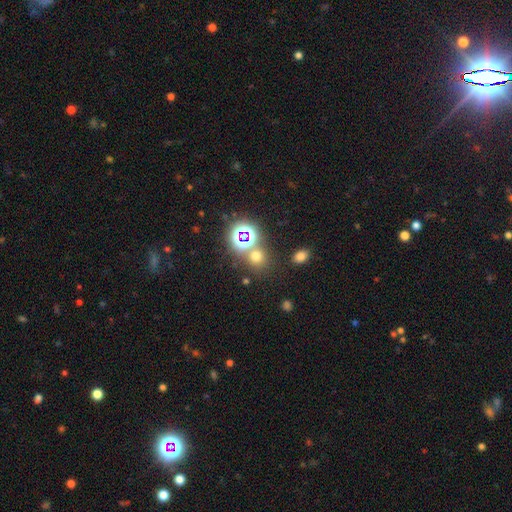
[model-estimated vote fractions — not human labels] A smooth galaxy with no disk features (58%) that is round (83%).

Vote fractions:
- Smooth or featured? smooth: 58% / star or artifact: 35% / featured or disk: 7%
- How rounded? round: 83% / in between: 16% / cigar-shaped: 1%
- Merging? none: 72% / merger: 16% / minor disturbance: 8% / major disturbance: 4%